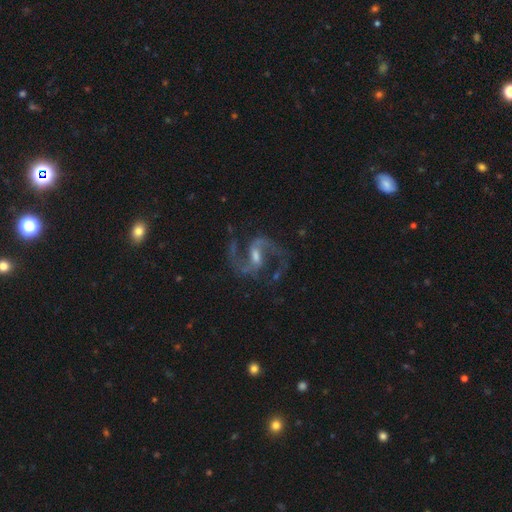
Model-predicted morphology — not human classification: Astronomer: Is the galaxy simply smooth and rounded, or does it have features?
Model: featured or disk — 93%.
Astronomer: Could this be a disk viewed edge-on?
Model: no — 98%.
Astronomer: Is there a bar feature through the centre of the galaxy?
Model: weak — 48% (runner-up: strong, 36%).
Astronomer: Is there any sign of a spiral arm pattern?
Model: yes — 98%.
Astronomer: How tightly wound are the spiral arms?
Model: medium — 61%.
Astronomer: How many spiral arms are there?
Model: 2 — 94%.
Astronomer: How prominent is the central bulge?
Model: small — 46% (runner-up: moderate, 43%).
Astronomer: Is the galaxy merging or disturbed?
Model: none — 79%.